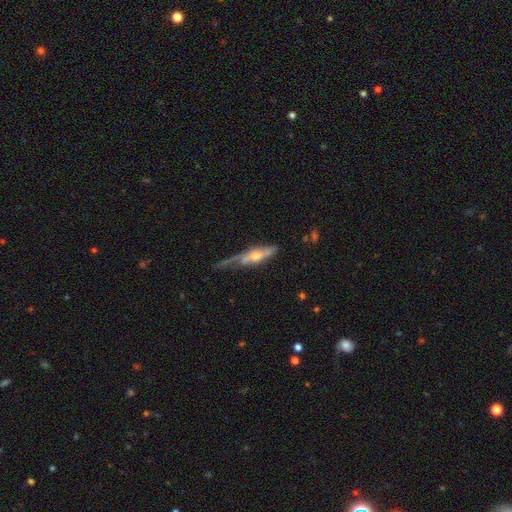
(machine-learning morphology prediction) This appears to be a featured or disk galaxy (58%) viewed edge-on (67%). Merging: minor disturbance (34%).